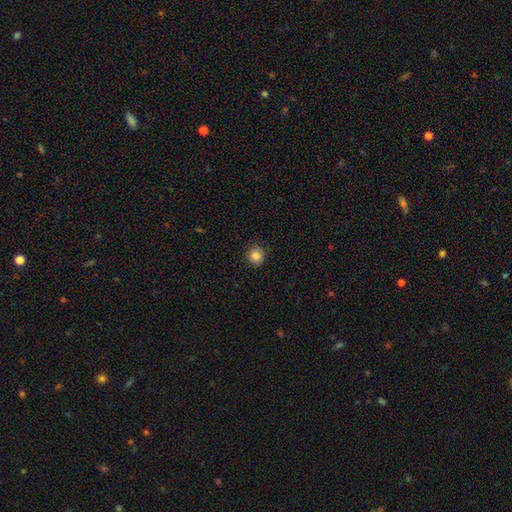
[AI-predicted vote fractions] Smooth or featured: smooth — 84% (star or artifact — 10%)
How rounded: round — 90% (in between — 9%)
Merging: none — 89% (minor disturbance — 8%)